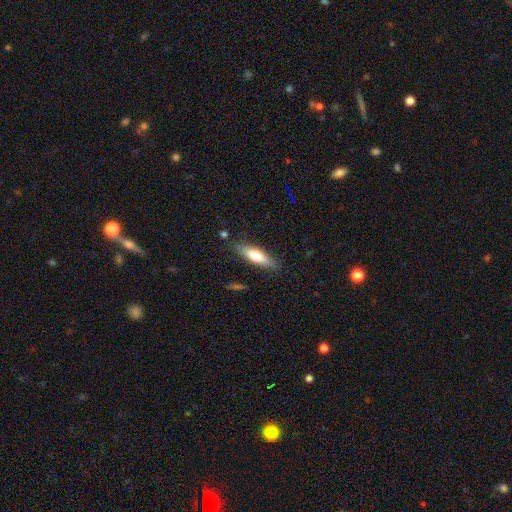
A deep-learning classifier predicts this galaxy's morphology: The model was most divided on "how rounded": cigar-shaped: 64%, in between: 34%, round: 2%. More confident: merging — none (84%); smooth or featured — smooth (67%).